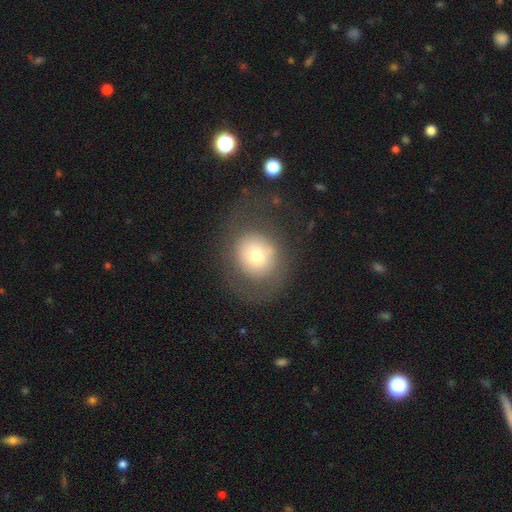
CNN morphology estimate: type=smooth (61%); roundness=round (76%); merging=none (60%).